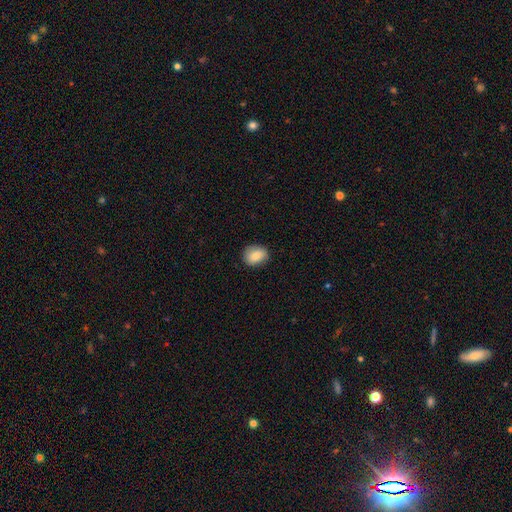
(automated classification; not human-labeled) Smooth or featured? smooth (81%)
How rounded? round (54%)
Merging? none (85%)